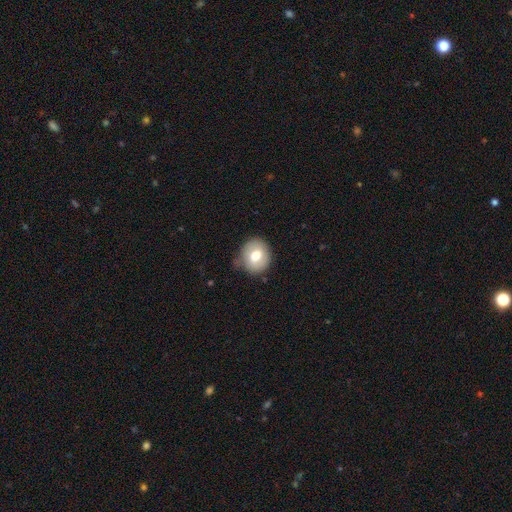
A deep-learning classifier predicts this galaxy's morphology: Q: Smooth or featured?
A: smooth (71%); runner-up: featured or disk (21%)
Q: How rounded?
A: round (76%); runner-up: in between (23%)
Q: Merging?
A: none (77%); runner-up: minor disturbance (18%)